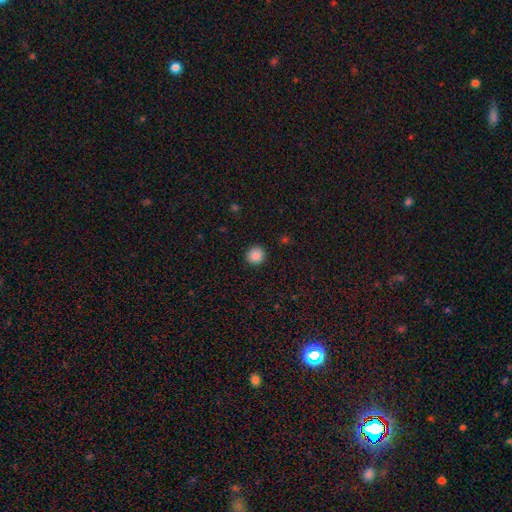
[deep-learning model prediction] This is clearly a smooth galaxy (87%). How rounded: clearly round (91%). Merging: clearly none (92%).